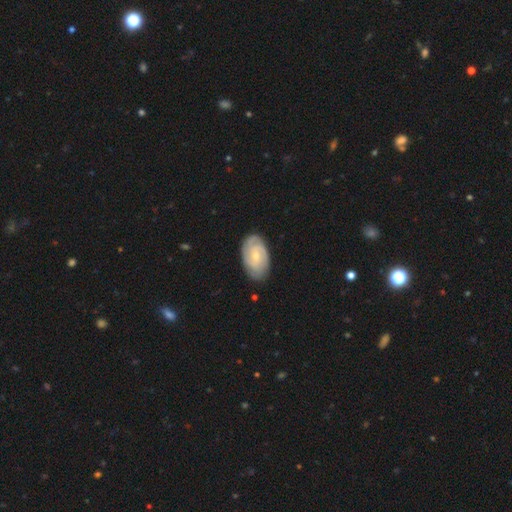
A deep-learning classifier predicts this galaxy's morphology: A featured or disk galaxy (72%) with no bar (66%), tight (67%) spiral arms (93%) and a small central bulge (68%). Merging: none (81%).